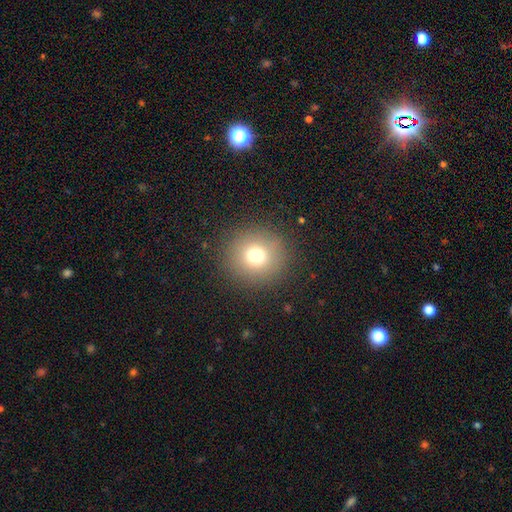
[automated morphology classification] A smooth galaxy with no disk features (73%) that is round (95%). Merging: none (89%).